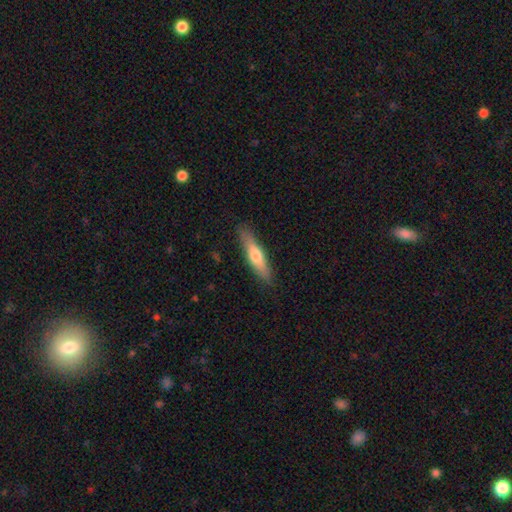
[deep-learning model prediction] This is likely a smooth galaxy (61%). How rounded: likely cigar-shaped (77%). Merging: clearly none (86%).